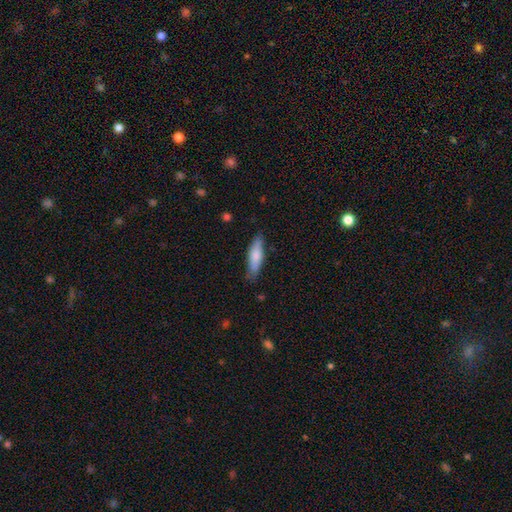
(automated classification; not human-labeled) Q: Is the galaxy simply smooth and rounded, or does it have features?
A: smooth — 76%.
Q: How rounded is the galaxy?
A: cigar-shaped — 61%.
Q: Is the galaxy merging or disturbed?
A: none — 79%.